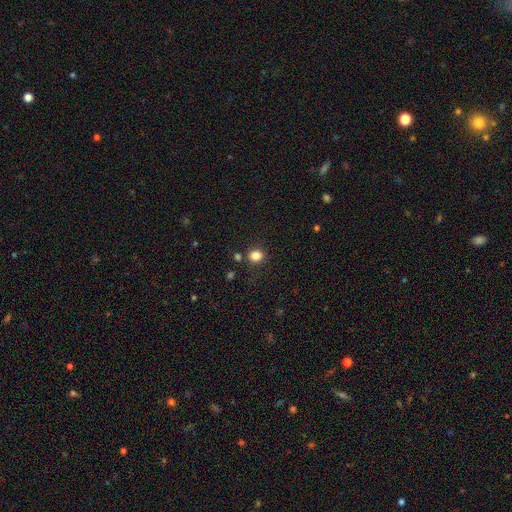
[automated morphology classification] type=smooth (83%); roundness=round (65%); merging=none (80%).